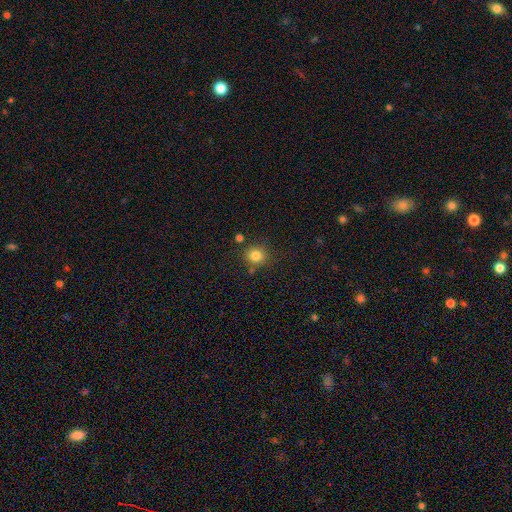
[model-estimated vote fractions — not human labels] This is clearly a smooth galaxy (82%). How rounded: clearly round (85%). Merging: likely none (80%).